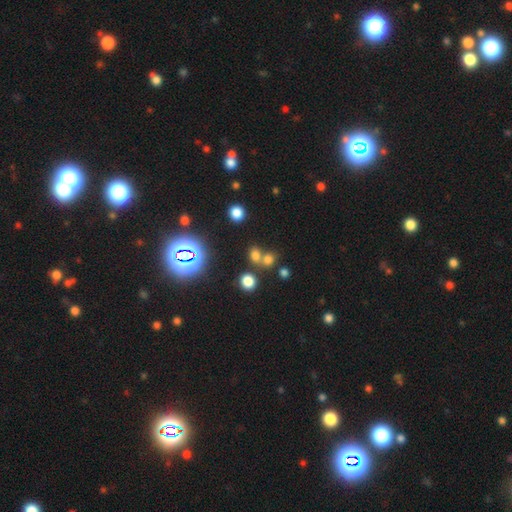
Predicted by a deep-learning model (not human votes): A smooth galaxy with no disk features (64%) that is round (59%). Merging: none (48%).